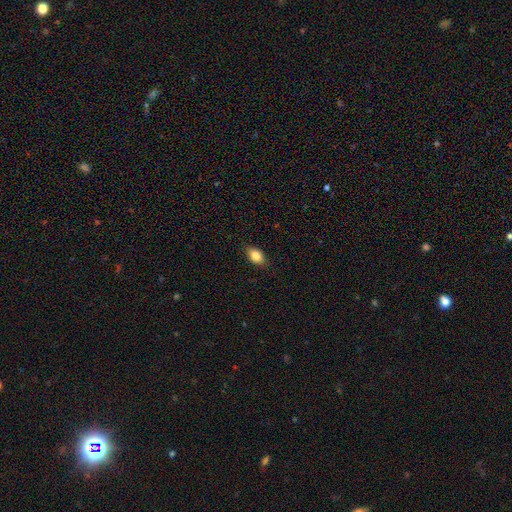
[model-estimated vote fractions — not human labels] Overall: smooth (83%). How rounded: in between (86%). Merging: none (86%).